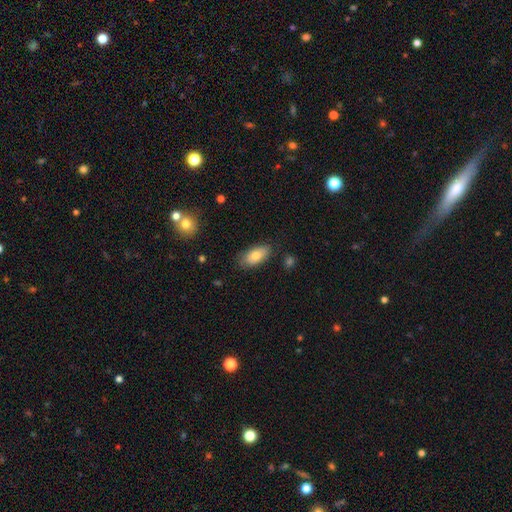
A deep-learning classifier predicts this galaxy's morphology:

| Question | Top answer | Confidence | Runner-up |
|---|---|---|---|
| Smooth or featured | smooth | 76% | featured or disk (17%) |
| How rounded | in between | 92% | cigar-shaped (5%) |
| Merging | none | 77% | minor disturbance (18%) |